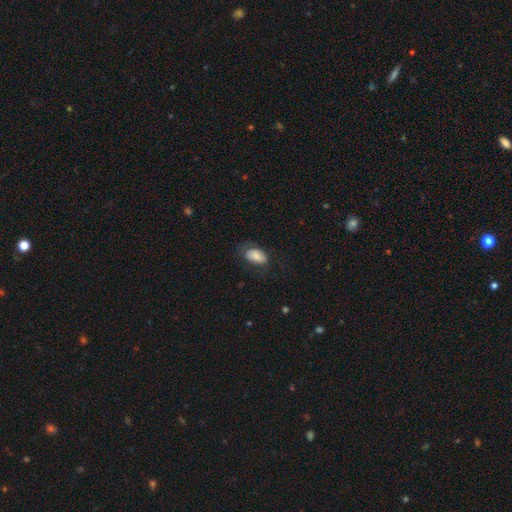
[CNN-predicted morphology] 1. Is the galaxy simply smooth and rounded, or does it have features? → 76% smooth, 17% featured or disk, 7% star or artifact.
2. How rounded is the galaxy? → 92% in between, 6% round, 2% cigar-shaped.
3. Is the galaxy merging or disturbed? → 55% none, 24% minor disturbance, 20% major disturbance, 1% merger.